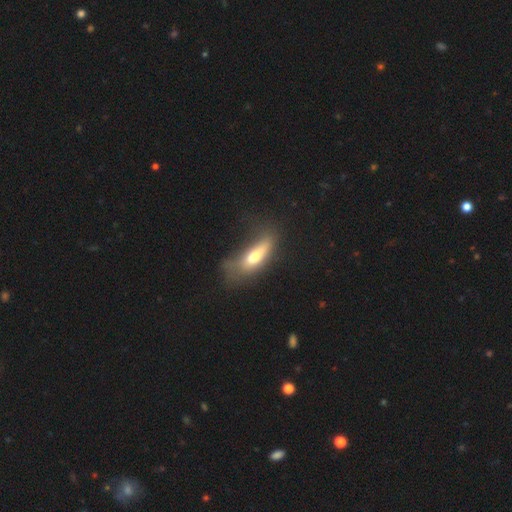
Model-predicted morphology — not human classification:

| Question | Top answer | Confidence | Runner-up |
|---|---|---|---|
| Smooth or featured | smooth | 58% | featured or disk (33%) |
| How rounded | in between | 54% | cigar-shaped (43%) |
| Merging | major disturbance | 37% | none (31%) |